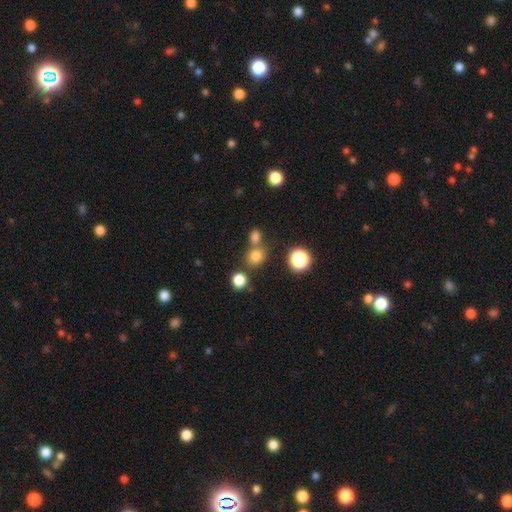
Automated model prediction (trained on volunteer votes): The model was most divided on "merging": none: 61%, merger: 26%, minor disturbance: 9%, major disturbance: 4%. More confident: smooth or featured — smooth (76%); how rounded — round (75%).